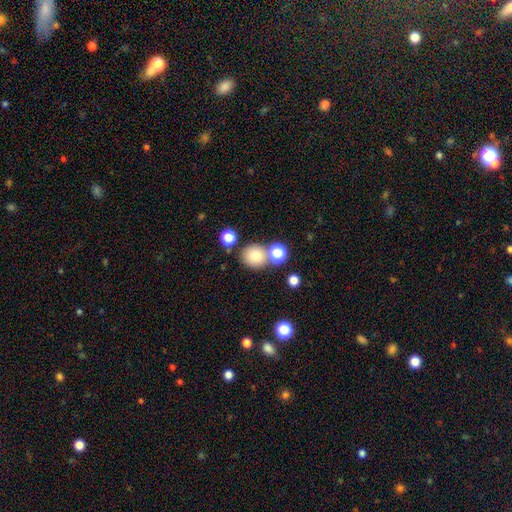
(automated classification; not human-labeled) A smooth galaxy with no disk features (78%) that is round (80%). Merging: none (67%).